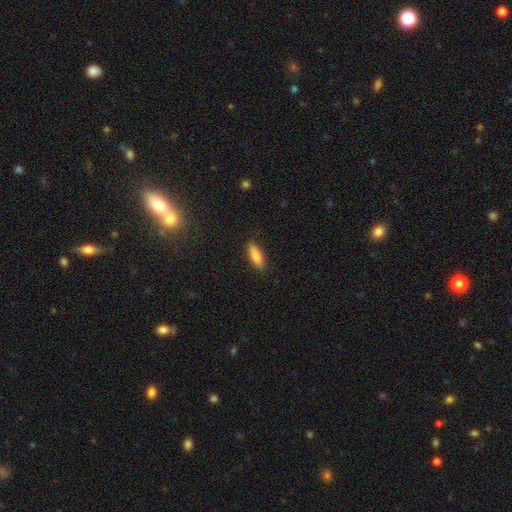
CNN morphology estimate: type=smooth (86%); roundness=in between (58%); merging=none (87%).